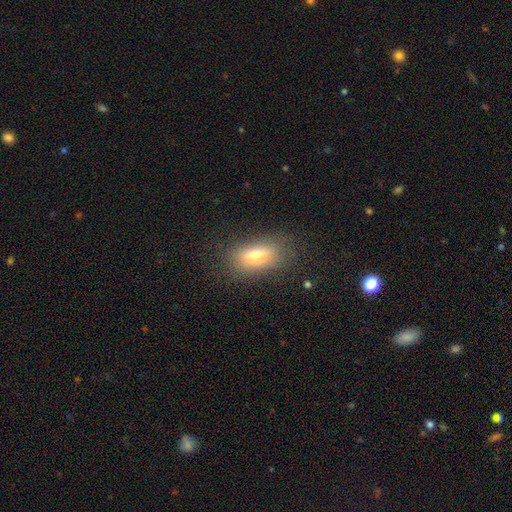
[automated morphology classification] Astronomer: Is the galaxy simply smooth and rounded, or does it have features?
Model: smooth — 69%.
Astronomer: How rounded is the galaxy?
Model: in between — 81%.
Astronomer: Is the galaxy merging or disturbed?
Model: none — 73%.